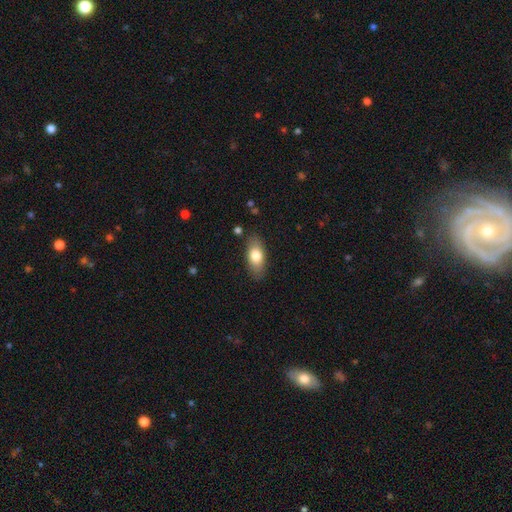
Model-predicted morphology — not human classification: Smooth or featured?
  - smooth: 77% *
  - featured or disk: 17%
  - star or artifact: 7%
How rounded?
  - in between: 85% *
  - cigar-shaped: 11%
  - round: 4%
Merging?
  - none: 83% *
  - minor disturbance: 13%
  - major disturbance: 3%
  - merger: 2%